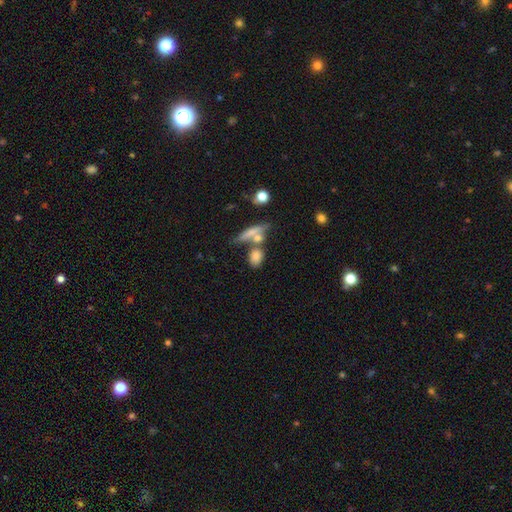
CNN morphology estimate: smooth_or_featured: smooth (p=0.76) [alt: featured or disk p=0.15]
how_rounded: in between (p=0.65) [alt: round p=0.24]
merging: none (p=0.49) [alt: merger p=0.32]